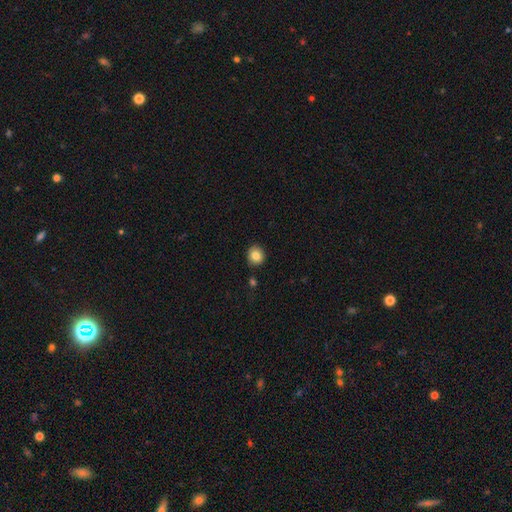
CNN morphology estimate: Smooth or featured: smooth — 82% (star or artifact — 9%)
How rounded: round — 83% (in between — 16%)
Merging: none — 88% (minor disturbance — 8%)